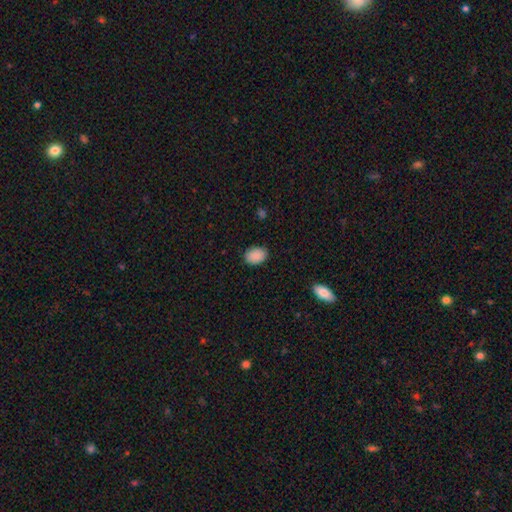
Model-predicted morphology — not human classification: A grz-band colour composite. It shows a smooth galaxy with no disk features (89%) that is in between round and cigar-shaped (75%). Merging: none (84%).